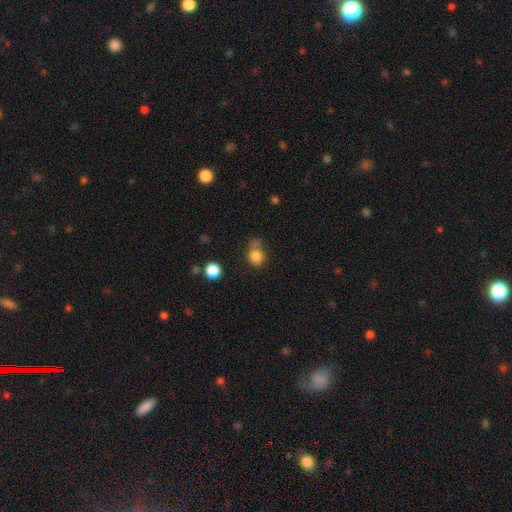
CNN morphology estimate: Smooth or featured? smooth (81%)
How rounded? round (57%)
Merging? none (43%)